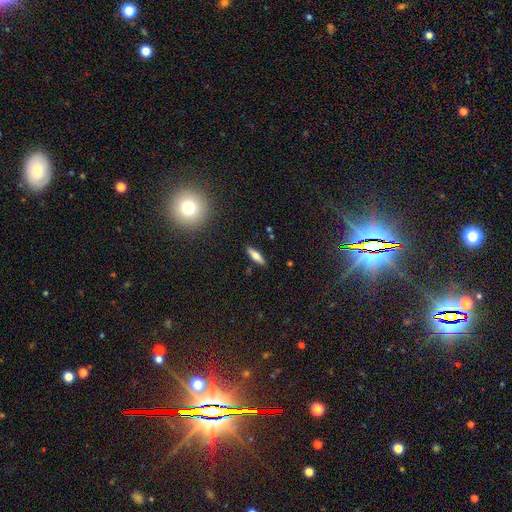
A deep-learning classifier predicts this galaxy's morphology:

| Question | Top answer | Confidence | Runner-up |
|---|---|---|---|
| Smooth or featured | smooth | 63% | featured or disk (29%) |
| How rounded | cigar-shaped | 60% | in between (37%) |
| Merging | none | 88% | minor disturbance (8%) |